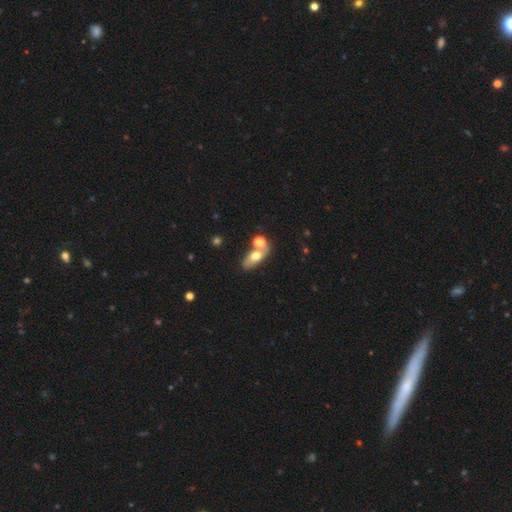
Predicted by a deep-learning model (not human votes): Overall: smooth (62%; featured or disk 29%). How rounded: in between (75%). Merging: none (52%; merger 31%).